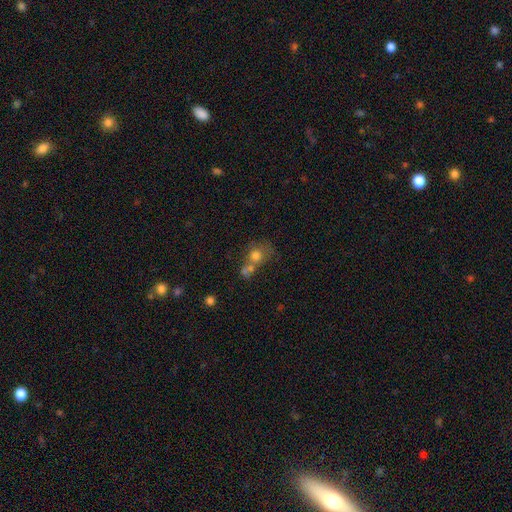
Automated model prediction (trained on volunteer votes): Smooth or featured?
  - smooth: 69% *
  - featured or disk: 18%
  - star or artifact: 13%
How rounded?
  - round: 72% *
  - in between: 27%
  - cigar-shaped: 1%
Merging?
  - merger: 53% *
  - none: 29%
  - minor disturbance: 10%
  - major disturbance: 9%